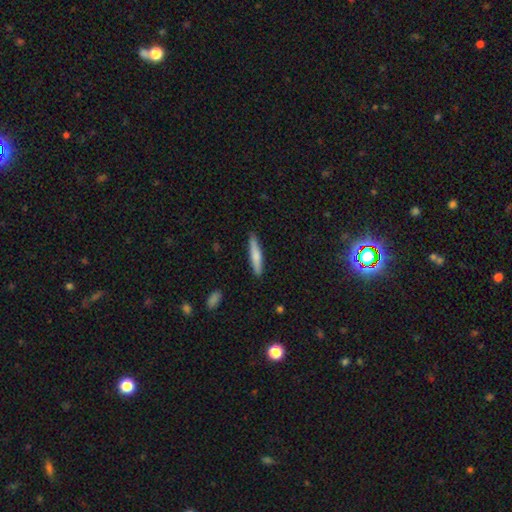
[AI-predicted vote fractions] A smooth galaxy with no disk features (69%) that is cigar-shaped (89%).

Vote fractions:
- Smooth or featured? smooth: 69% / featured or disk: 26% / star or artifact: 5%
- How rounded? cigar-shaped: 89% / in between: 10% / round: 1%
- Merging? none: 86% / minor disturbance: 11% / major disturbance: 2% / merger: 1%